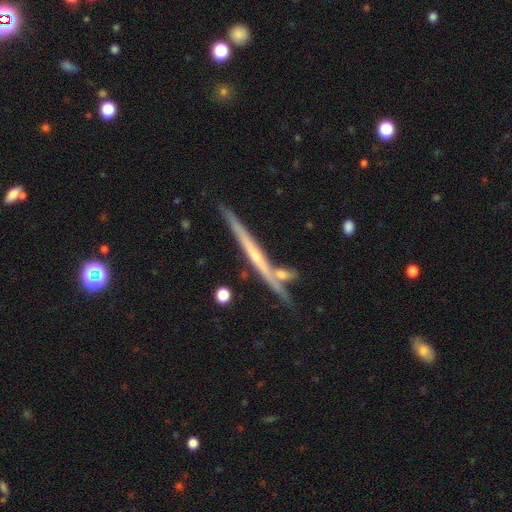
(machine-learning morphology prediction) smooth_or_featured: featured or disk (p=0.75) [alt: smooth p=0.18]
disk_edge_on: yes (p=0.97) [alt: no p=0.03]
edge_on_bulge: none (p=0.56) [alt: rounded p=0.39]
merging: none (p=0.76) [alt: minor disturbance p=0.12]